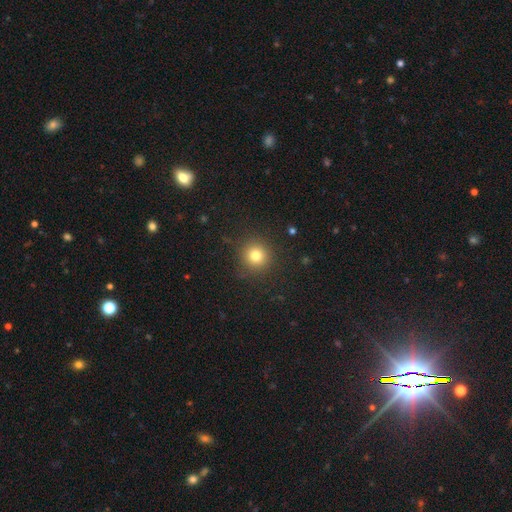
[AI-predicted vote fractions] This is likely a smooth galaxy (79%). How rounded: clearly round (94%). Merging: clearly none (89%).